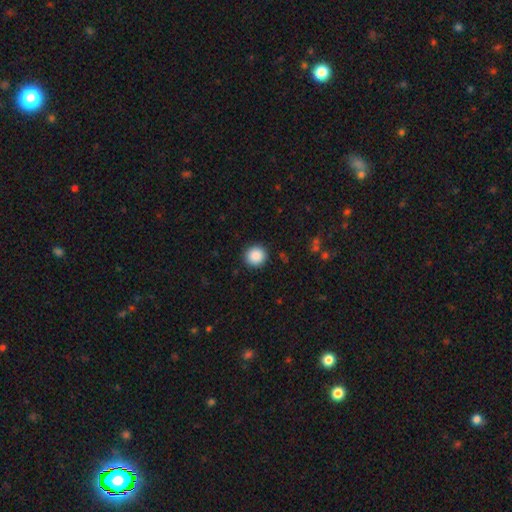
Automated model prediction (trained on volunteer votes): Smooth or featured?
  - smooth: 89% *
  - star or artifact: 9%
  - featured or disk: 3%
How rounded?
  - round: 95% *
  - in between: 5%
  - cigar-shaped: 1%
Merging?
  - none: 92% *
  - minor disturbance: 5%
  - major disturbance: 2%
  - merger: 1%